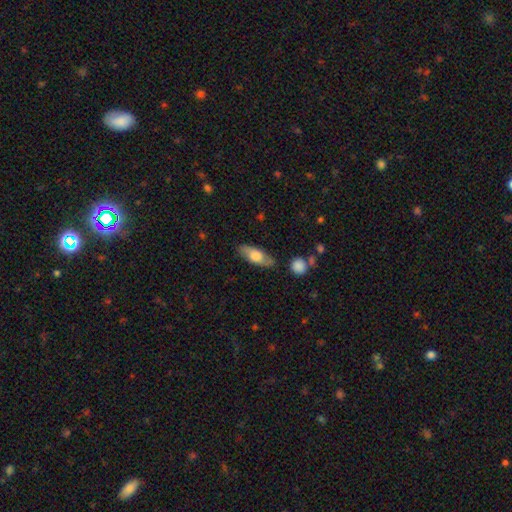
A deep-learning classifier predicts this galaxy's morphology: A smooth galaxy with no disk features (64%) that is in between round and cigar-shaped (70%). Merging: none (79%).